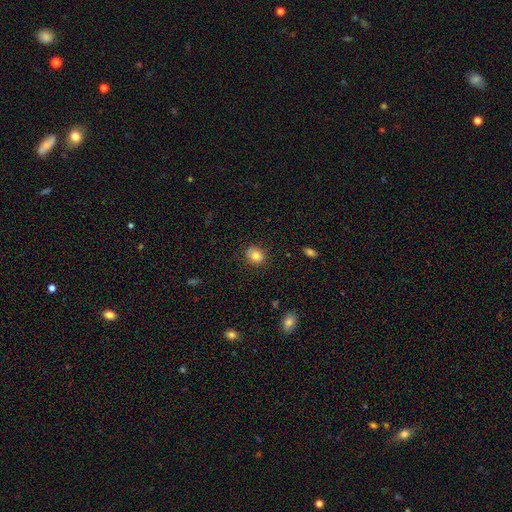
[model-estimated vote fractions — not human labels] smooth_or_featured: smooth (p=0.80) [alt: featured or disk p=0.10]
how_rounded: round (p=0.73) [alt: in between p=0.26]
merging: none (p=0.77) [alt: minor disturbance p=0.18]